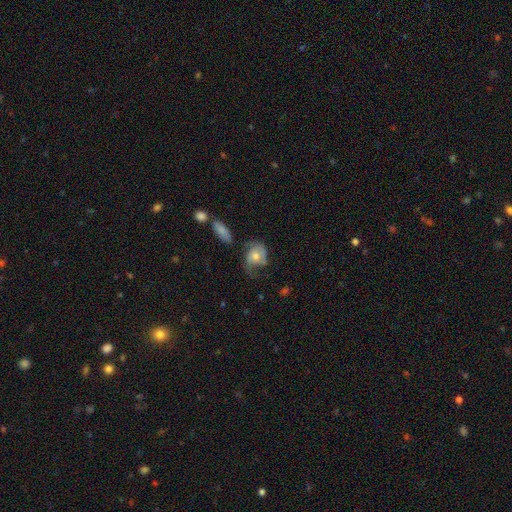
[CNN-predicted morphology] This appears to be a featured or disk galaxy (52%) with no bar (77%), spiral arms (80%) and a moderate central bulge (56%). Merging: none (38%).